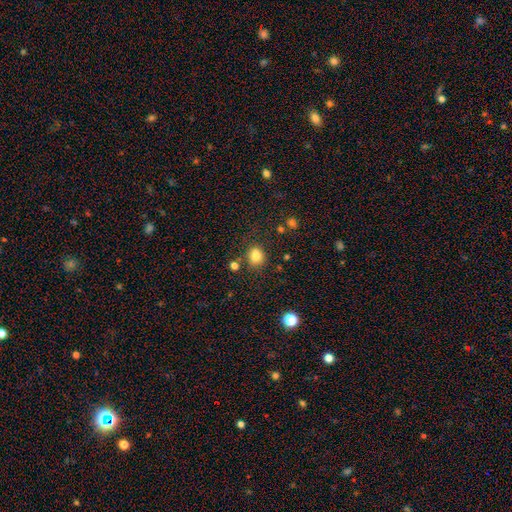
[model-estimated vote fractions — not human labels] A smooth galaxy with no disk features (80%) that is round (61%). Merging: none (75%).